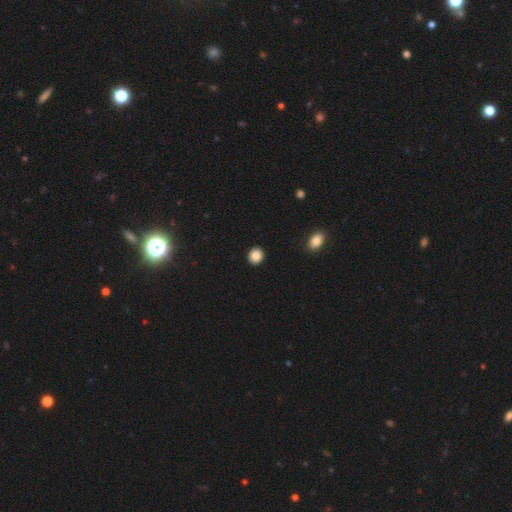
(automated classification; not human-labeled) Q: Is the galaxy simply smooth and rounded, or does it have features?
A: smooth — 87%.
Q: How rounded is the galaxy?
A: round — 80%.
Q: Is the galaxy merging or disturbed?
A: none — 92%.